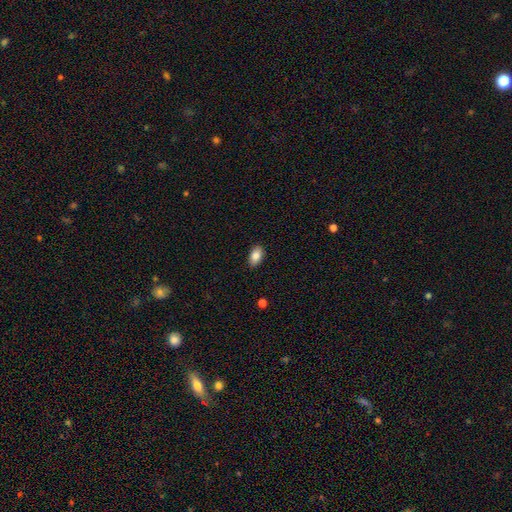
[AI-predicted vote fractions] Overall: smooth (85%). How rounded: in between (93%). Merging: none (88%).